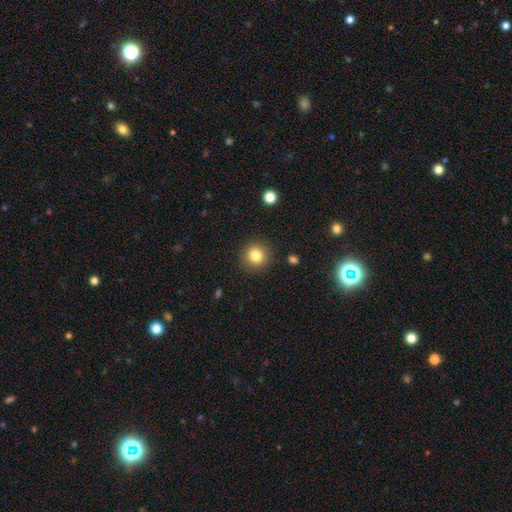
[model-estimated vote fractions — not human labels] smooth 82%, star or artifact 11%, featured or disk 7%. Down the decision tree: how rounded — round (91%); merging — none (90%).